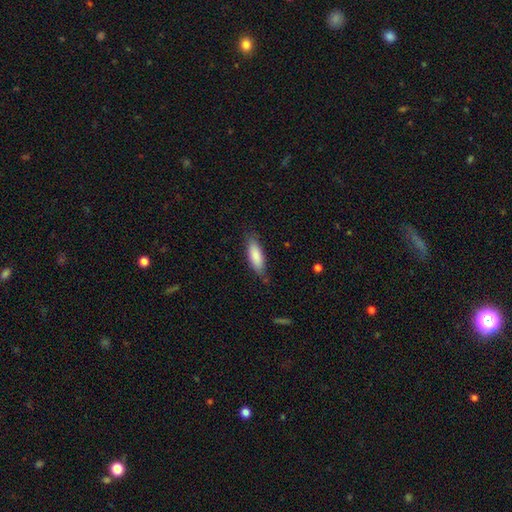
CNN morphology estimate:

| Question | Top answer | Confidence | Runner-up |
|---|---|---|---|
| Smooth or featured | smooth | 85% | featured or disk (9%) |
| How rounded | in between | 60% | cigar-shaped (38%) |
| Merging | none | 78% | minor disturbance (17%) |